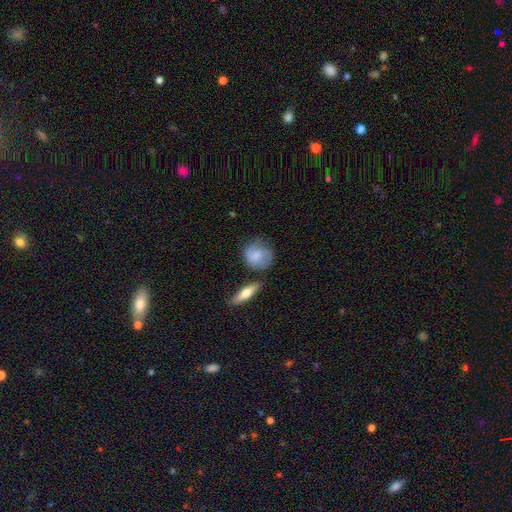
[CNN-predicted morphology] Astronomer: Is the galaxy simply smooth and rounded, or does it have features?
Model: smooth — 64%.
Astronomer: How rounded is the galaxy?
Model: round — 74%.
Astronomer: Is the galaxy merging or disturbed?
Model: none — 62%.